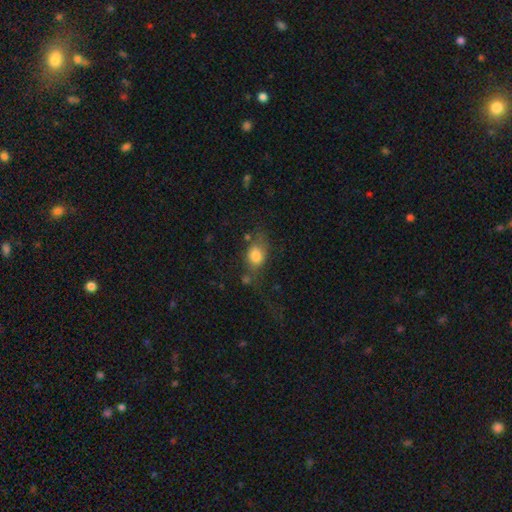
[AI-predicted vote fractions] Smooth or featured?
  - smooth: 77% *
  - featured or disk: 14%
  - star or artifact: 9%
How rounded?
  - in between: 63% *
  - round: 34%
  - cigar-shaped: 3%
Merging?
  - none: 46% *
  - minor disturbance: 25%
  - major disturbance: 21%
  - merger: 8%